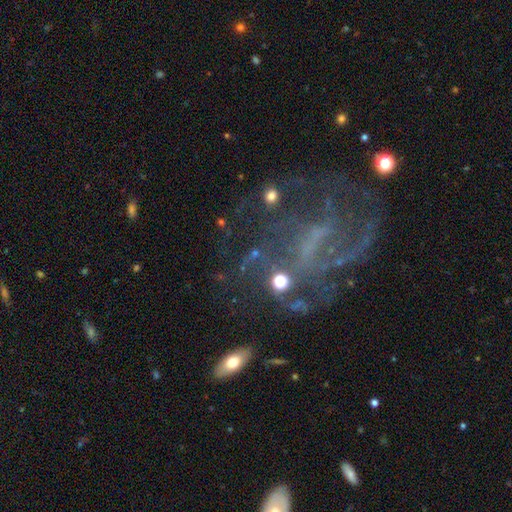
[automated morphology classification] Smooth or featured? featured or disk (40%)
Merging? none (61%)